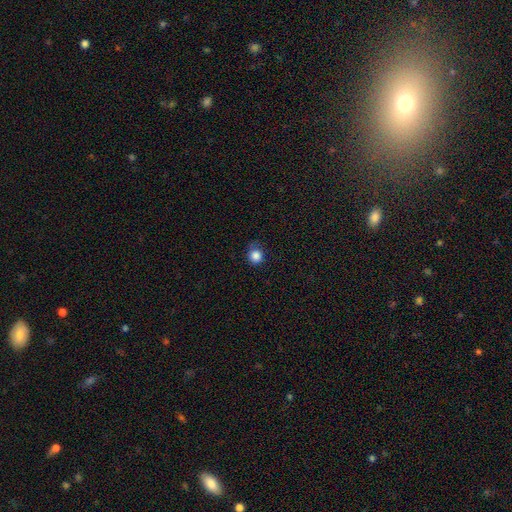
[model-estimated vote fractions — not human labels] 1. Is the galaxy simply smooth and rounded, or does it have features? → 84% smooth, 11% star or artifact, 5% featured or disk.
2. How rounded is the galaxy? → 87% round, 12% in between, 1% cigar-shaped.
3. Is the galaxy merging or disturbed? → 66% none, 24% minor disturbance, 8% major disturbance, 1% merger.